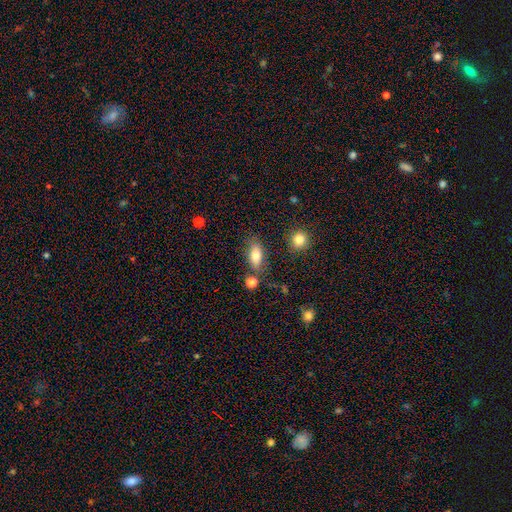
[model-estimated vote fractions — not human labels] The model was most divided on "merging": none: 73%, minor disturbance: 15%, merger: 7%, major disturbance: 4%. More confident: how rounded — in between (83%); smooth or featured — smooth (77%).